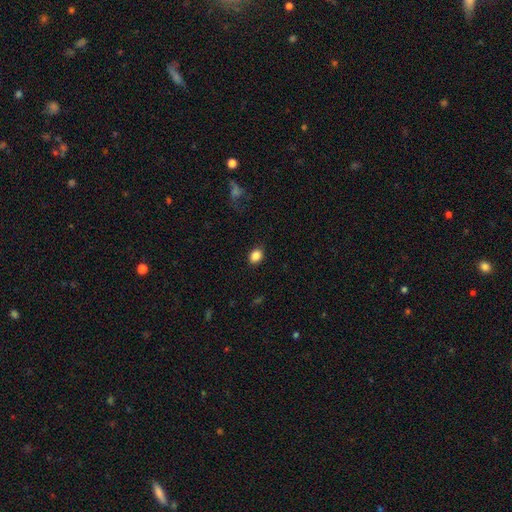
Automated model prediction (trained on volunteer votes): smooth 86%, star or artifact 10%, featured or disk 4%. Down the decision tree: how rounded — in between (56%); merging — none (87%).